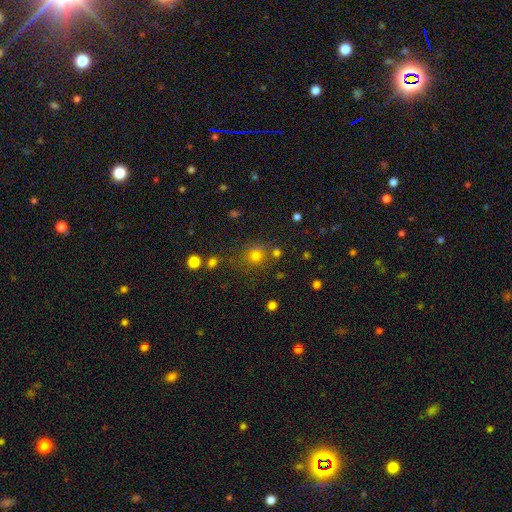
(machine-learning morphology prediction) The model was most divided on "smooth or featured": smooth: 73%, star or artifact: 19%, featured or disk: 8%. More confident: how rounded — round (88%); merging — none (71%).